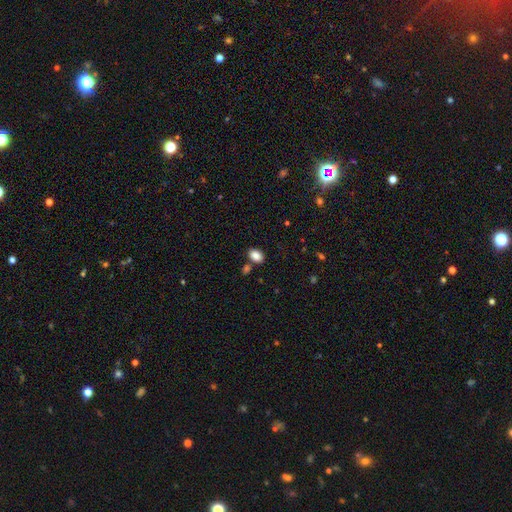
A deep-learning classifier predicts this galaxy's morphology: smooth-or-featured: smooth: 87% | star or artifact: 9% | featured or disk: 4%
  how-rounded: in between: 84% | round: 15% | cigar-shaped: 1%
  merging: none: 74% | merger: 12% | minor disturbance: 11% | major disturbance: 3%